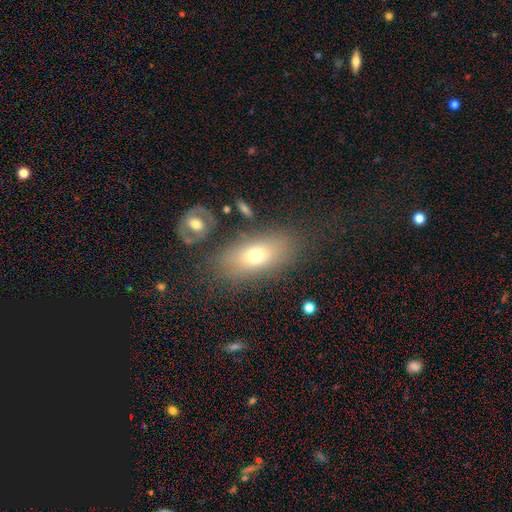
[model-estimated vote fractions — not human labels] This appears to be a smooth galaxy with no disk features (67%) that is in between round and cigar-shaped (83%). Merging: none (74%).